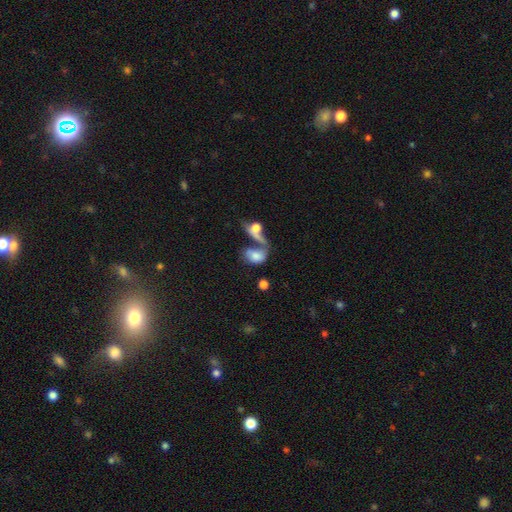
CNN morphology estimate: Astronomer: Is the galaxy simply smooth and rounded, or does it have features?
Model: smooth — 69%.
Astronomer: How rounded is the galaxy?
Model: in between — 81%.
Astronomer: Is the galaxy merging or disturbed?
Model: merger — 53%.